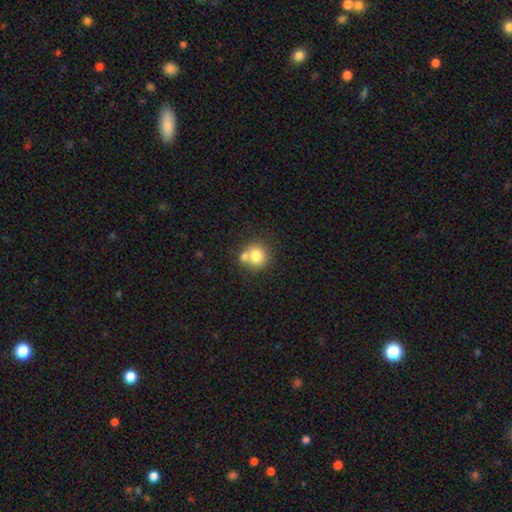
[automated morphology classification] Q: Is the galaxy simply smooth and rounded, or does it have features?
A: smooth — 76%.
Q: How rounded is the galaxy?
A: round — 86%.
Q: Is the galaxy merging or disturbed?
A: none — 51%.